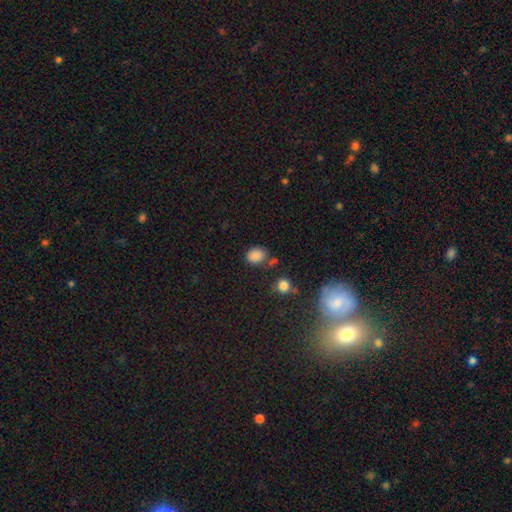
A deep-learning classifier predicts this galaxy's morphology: Q: Smooth or featured?
A: smooth (83%); runner-up: star or artifact (13%)
Q: How rounded?
A: in between (57%); runner-up: round (42%)
Q: Merging?
A: none (68%); runner-up: minor disturbance (18%)